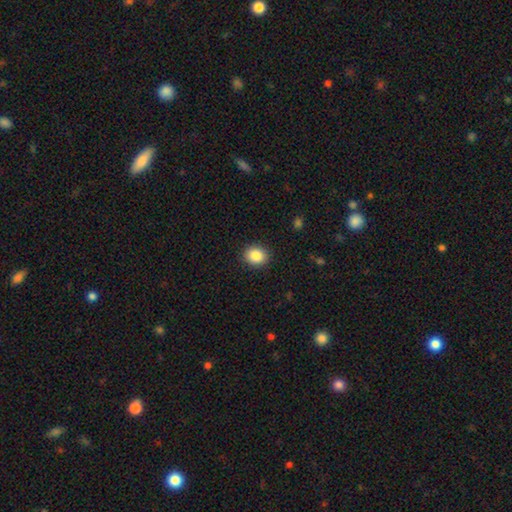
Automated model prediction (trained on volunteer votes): smooth 86%, star or artifact 9%, featured or disk 5%. Down the decision tree: how rounded — round (63%); merging — none (90%).